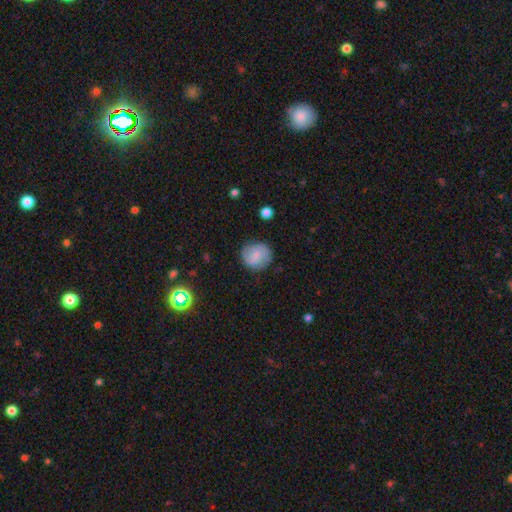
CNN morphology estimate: smooth 69%, featured or disk 23%, star or artifact 8%. Down the decision tree: how rounded — round (88%); merging — none (80%).